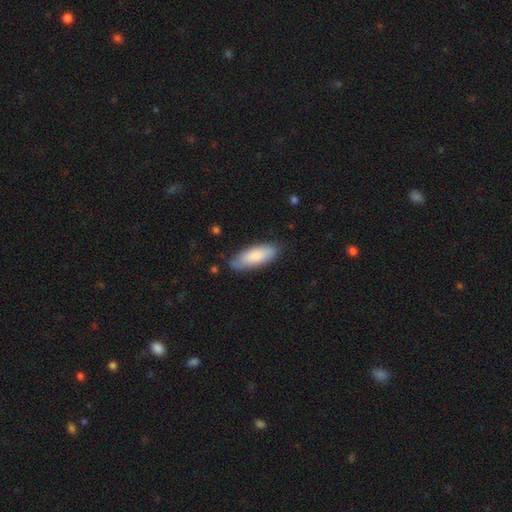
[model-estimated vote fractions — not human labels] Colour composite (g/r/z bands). It shows a smooth galaxy with no disk features (83%) that is in between round and cigar-shaped (72%). Merging: none (80%).